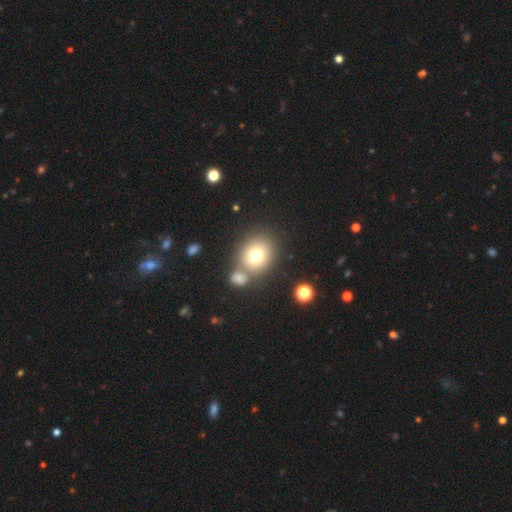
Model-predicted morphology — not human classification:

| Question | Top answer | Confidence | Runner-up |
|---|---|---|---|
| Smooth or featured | smooth | 72% | featured or disk (16%) |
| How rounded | round | 70% | in between (29%) |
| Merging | none | 59% | merger (27%) |